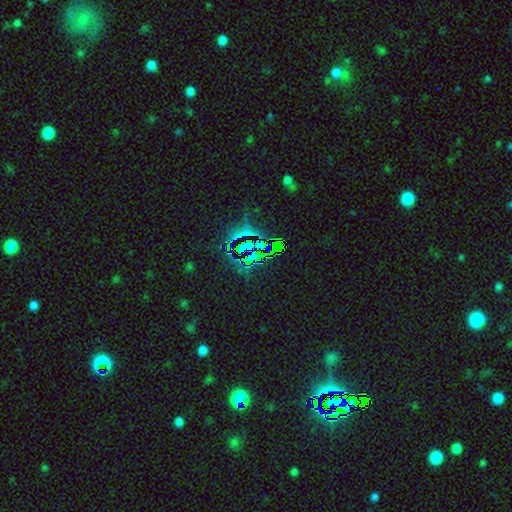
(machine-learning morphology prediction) Overall: star or artifact (82%).